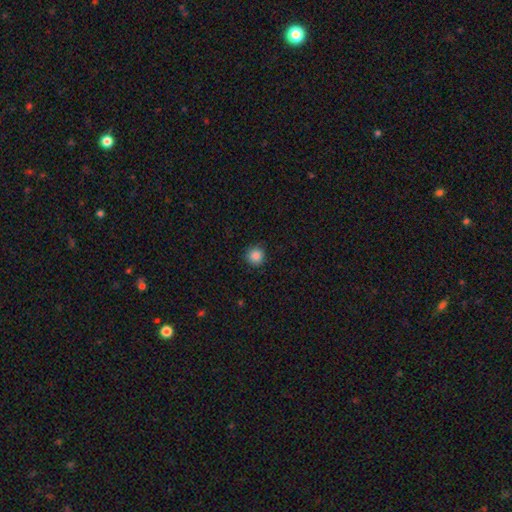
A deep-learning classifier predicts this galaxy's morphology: Q: Smooth or featured?
A: smooth (86%); runner-up: star or artifact (10%)
Q: How rounded?
A: round (94%); runner-up: in between (5%)
Q: Merging?
A: none (90%); runner-up: minor disturbance (7%)